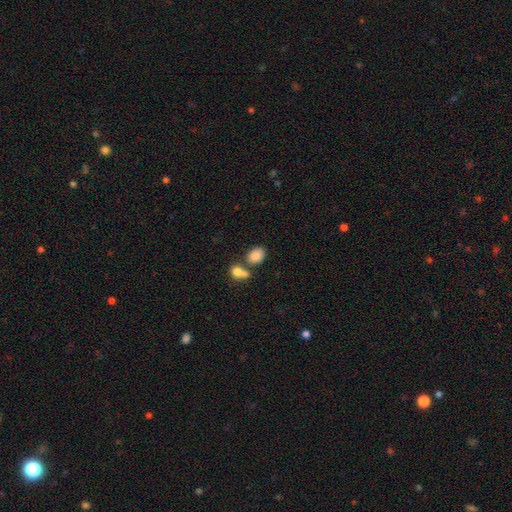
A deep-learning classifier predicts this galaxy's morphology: Smooth or featured? smooth (84%)
How rounded? in between (66%)
Merging? none (49%)